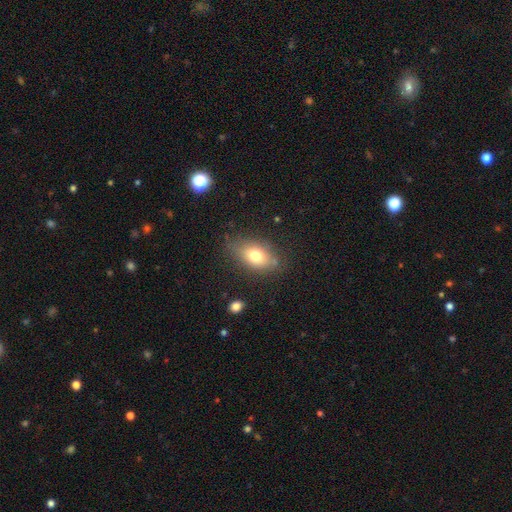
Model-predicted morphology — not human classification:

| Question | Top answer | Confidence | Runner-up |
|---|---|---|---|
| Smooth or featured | smooth | 74% | featured or disk (16%) |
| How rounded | in between | 82% | round (15%) |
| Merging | none | 71% | minor disturbance (20%) |